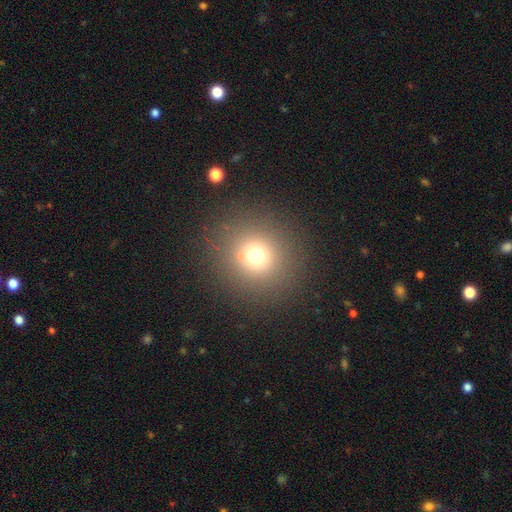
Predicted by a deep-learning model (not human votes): Smooth or featured?
  - smooth: 69% *
  - star or artifact: 21%
  - featured or disk: 11%
How rounded?
  - round: 92% *
  - in between: 7%
  - cigar-shaped: 1%
Merging?
  - none: 85% *
  - minor disturbance: 7%
  - major disturbance: 4%
  - merger: 4%